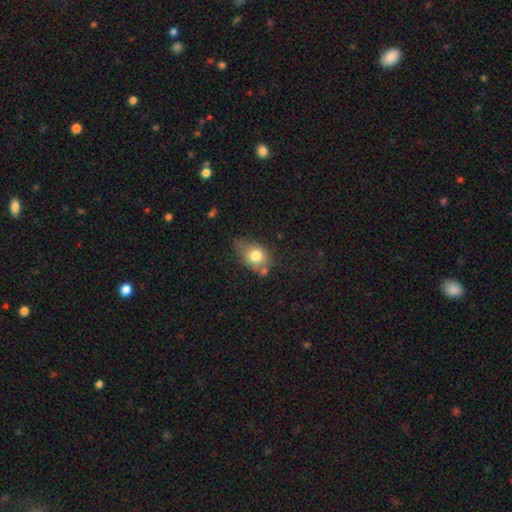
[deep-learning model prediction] This is likely a smooth galaxy (75%). How rounded: likely in between (68%). Merging: marginally none (44%).